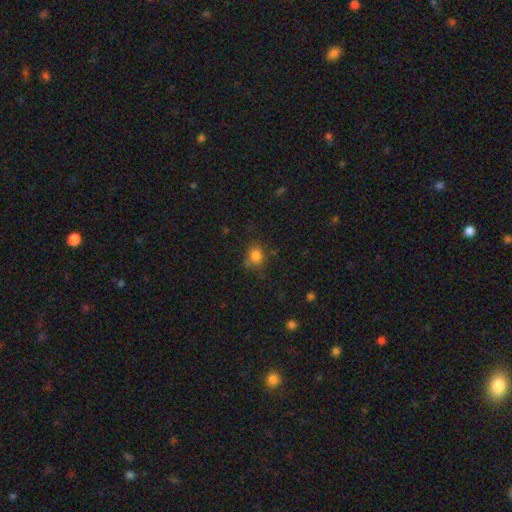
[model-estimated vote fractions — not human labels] smooth 82%, star or artifact 12%, featured or disk 6%. Down the decision tree: how rounded — round (68%); merging — none (69%).